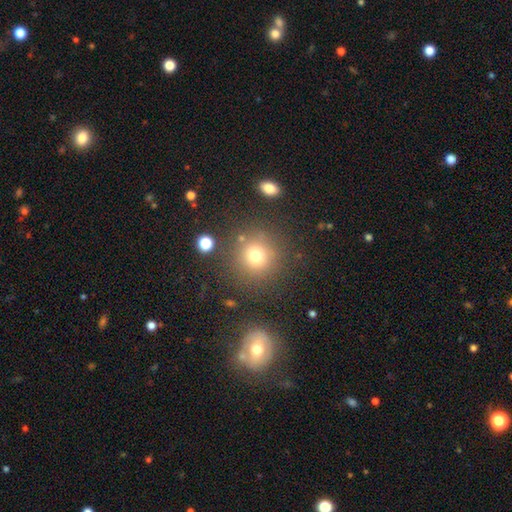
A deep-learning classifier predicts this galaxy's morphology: Smooth or featured? Predicted: smooth (p=0.74). How rounded? Predicted: round (p=0.92). Merging? Predicted: none (p=0.82).